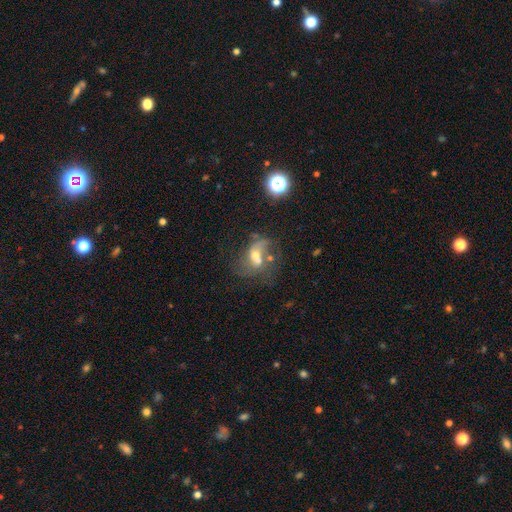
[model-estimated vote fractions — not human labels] This is possibly a featured or disk galaxy (54%). It is clearly not viewed edge-on (96%). Bar: likely no (63%). Spiral arm pattern: possibly yes (58%). Central bulge: possibly moderate (55%). Merging: marginally merger (33%).